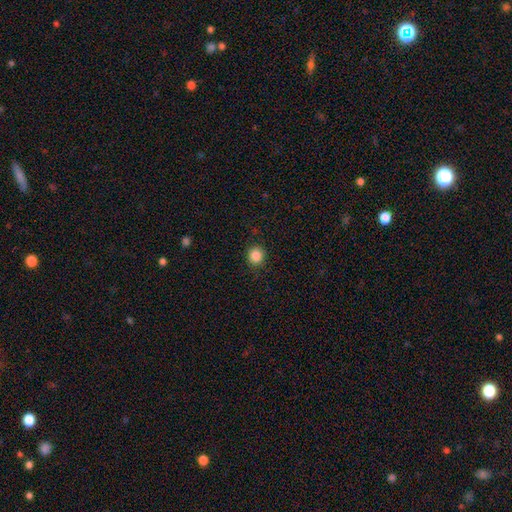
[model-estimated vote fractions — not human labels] smooth 85%, star or artifact 11%, featured or disk 4%. Down the decision tree: how rounded — round (91%); merging — none (90%).